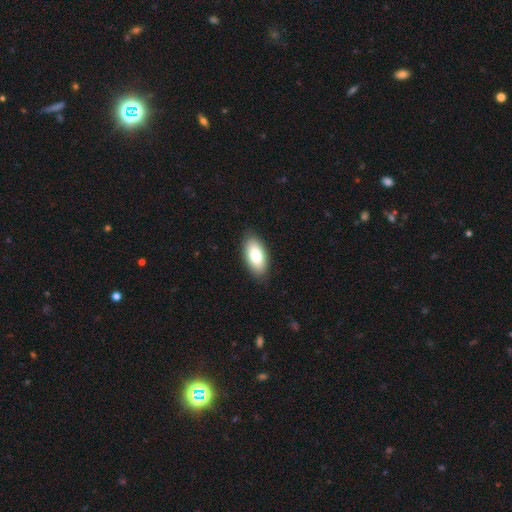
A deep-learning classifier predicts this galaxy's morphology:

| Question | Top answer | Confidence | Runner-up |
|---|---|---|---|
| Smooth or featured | smooth | 82% | featured or disk (12%) |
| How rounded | in between | 92% | cigar-shaped (6%) |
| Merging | none | 88% | minor disturbance (9%) |